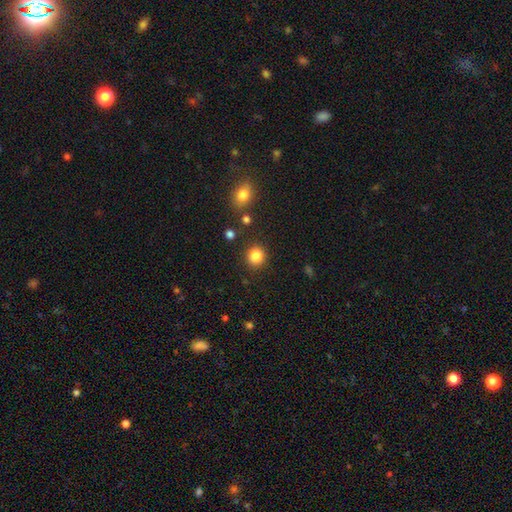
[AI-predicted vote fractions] The model was most divided on "smooth or featured": smooth: 86%, star or artifact: 10%, featured or disk: 4%. More confident: how rounded — round (88%); merging — none (87%).